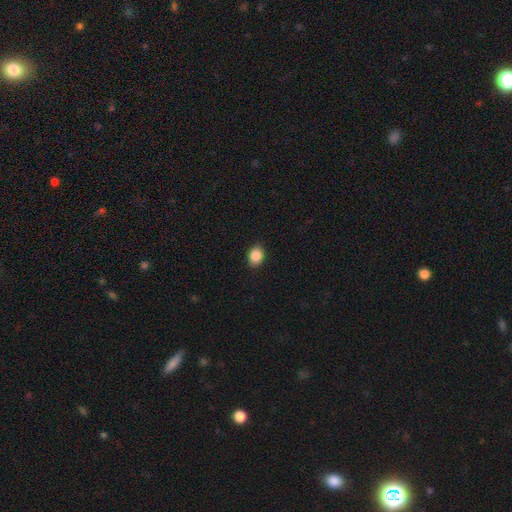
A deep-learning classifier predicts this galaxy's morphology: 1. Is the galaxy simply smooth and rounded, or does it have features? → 88% smooth, 8% star or artifact, 4% featured or disk.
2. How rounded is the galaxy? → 63% in between, 36% round, 1% cigar-shaped.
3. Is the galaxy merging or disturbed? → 88% none, 9% minor disturbance, 2% major disturbance, 1% merger.